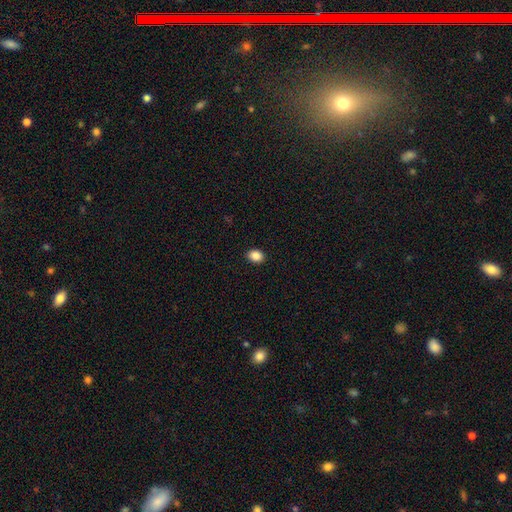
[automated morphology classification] smooth 87%, star or artifact 9%, featured or disk 4%. Down the decision tree: how rounded — in between (60%); merging — none (91%).